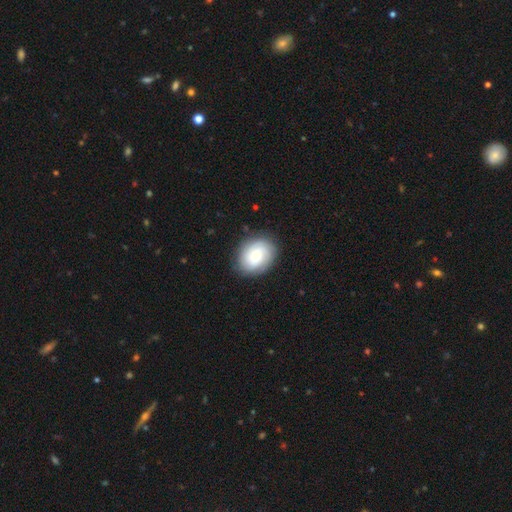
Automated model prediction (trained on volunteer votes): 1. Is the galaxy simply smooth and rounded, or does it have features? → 52% smooth, 41% featured or disk, 7% star or artifact.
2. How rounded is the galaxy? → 53% in between, 46% round, 1% cigar-shaped.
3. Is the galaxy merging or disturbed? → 83% none, 12% minor disturbance, 4% major disturbance, 1% merger.